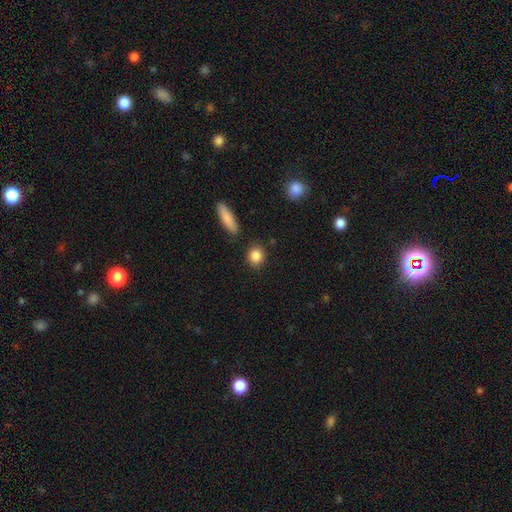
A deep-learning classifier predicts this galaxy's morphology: This is clearly a smooth galaxy (86%). How rounded: likely round (71%). Merging: clearly none (86%).